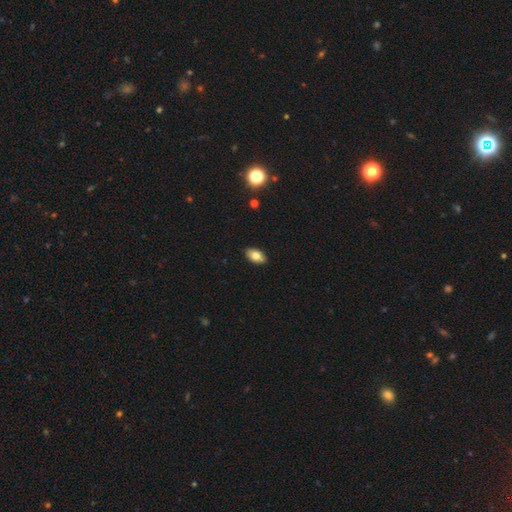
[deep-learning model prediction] Smooth or featured? Predicted: smooth (p=0.78). How rounded? Predicted: in between (p=0.92). Merging? Predicted: none (p=0.90).